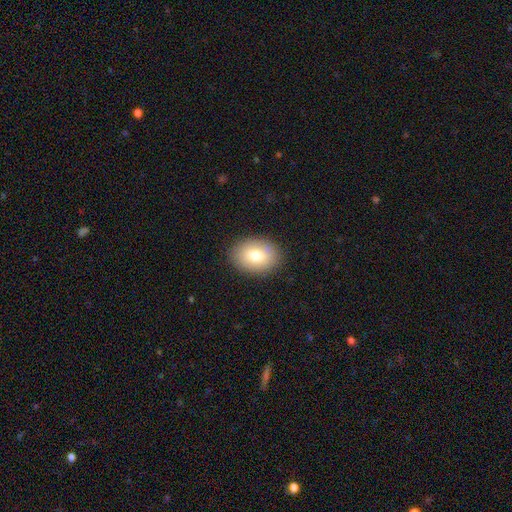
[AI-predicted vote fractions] A smooth galaxy with no disk features (77%) that is in between round and cigar-shaped (72%). Merging: none (88%).